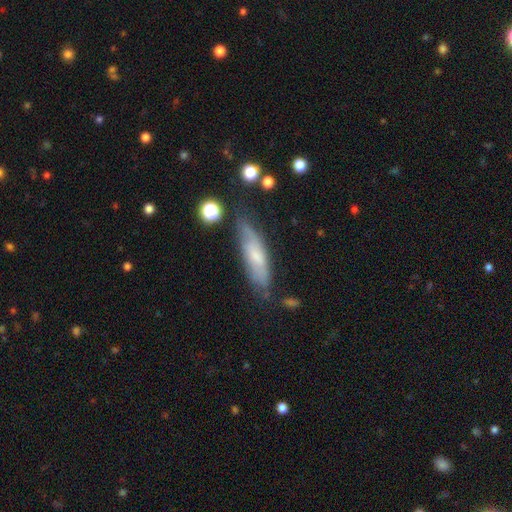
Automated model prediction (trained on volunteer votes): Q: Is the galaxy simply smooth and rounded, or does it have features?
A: smooth — 53%.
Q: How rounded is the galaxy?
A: cigar-shaped — 60%.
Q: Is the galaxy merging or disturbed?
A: none — 64%.